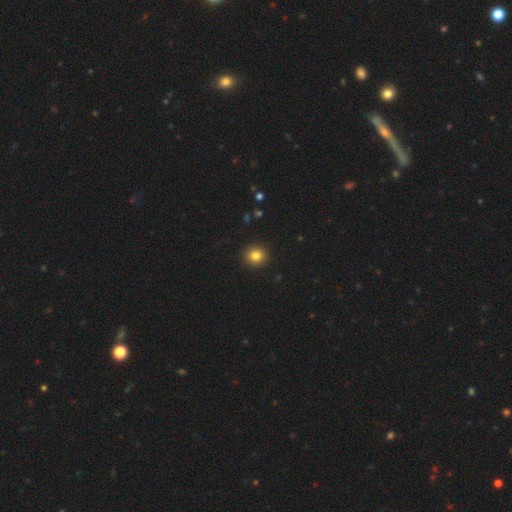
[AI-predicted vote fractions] This is clearly a smooth galaxy (83%). How rounded: clearly round (90%). Merging: clearly none (93%).